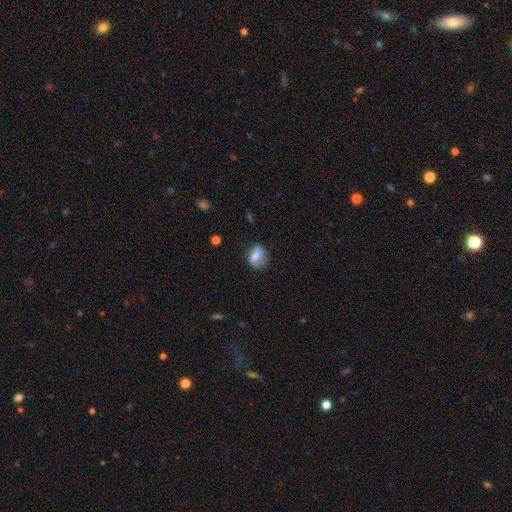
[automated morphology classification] smooth-or-featured: smooth: 55% | featured or disk: 36% | star or artifact: 9%
  how-rounded: in between: 55% | round: 42% | cigar-shaped: 2%
  merging: none: 57% | minor disturbance: 27% | major disturbance: 14% | merger: 3%